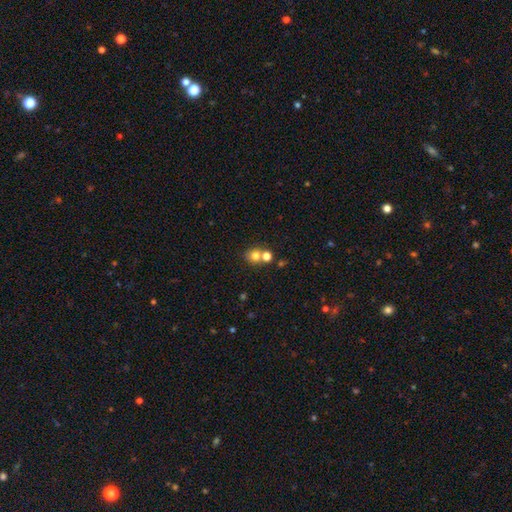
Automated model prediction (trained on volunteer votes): smooth-or-featured: smooth: 74% | star or artifact: 15% | featured or disk: 11%
  how-rounded: round: 82% | in between: 17% | cigar-shaped: 1%
  merging: none: 52% | merger: 38% | minor disturbance: 7% | major disturbance: 3%